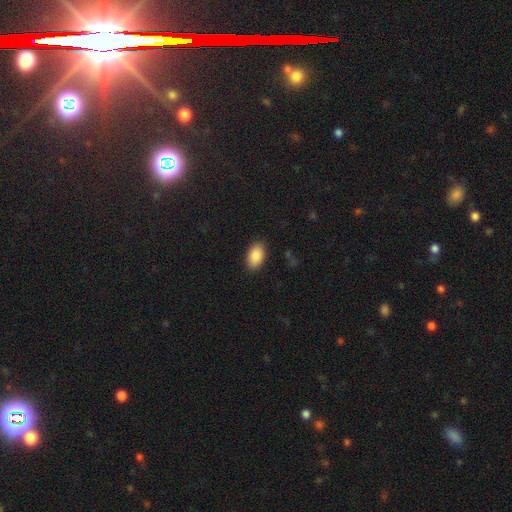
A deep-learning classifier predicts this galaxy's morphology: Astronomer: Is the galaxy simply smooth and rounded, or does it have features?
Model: smooth — 88%.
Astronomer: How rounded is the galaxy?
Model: in between — 93%.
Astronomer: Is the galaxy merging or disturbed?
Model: none — 88%.